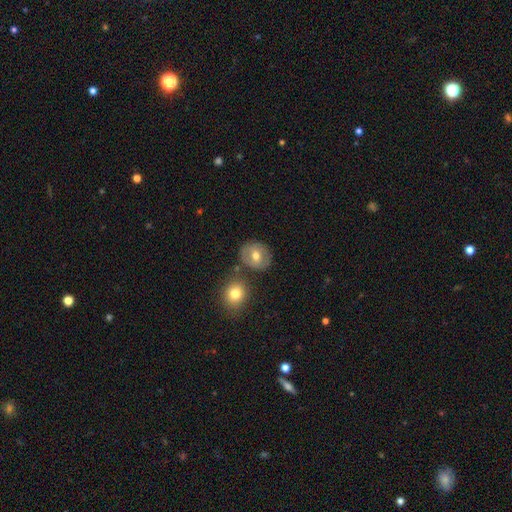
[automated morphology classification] Smooth or featured?
  - smooth: 64% *
  - featured or disk: 28%
  - star or artifact: 8%
How rounded?
  - round: 73% *
  - in between: 26%
  - cigar-shaped: 1%
Merging?
  - none: 74% *
  - minor disturbance: 12%
  - merger: 11%
  - major disturbance: 4%